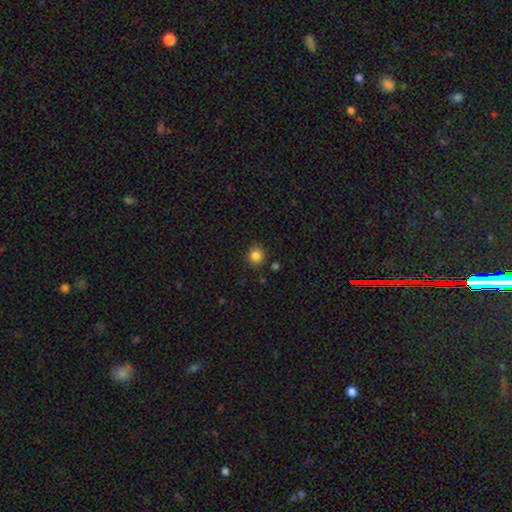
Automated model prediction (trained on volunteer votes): A smooth galaxy with no disk features (84%) that is round (88%). Merging: none (87%).